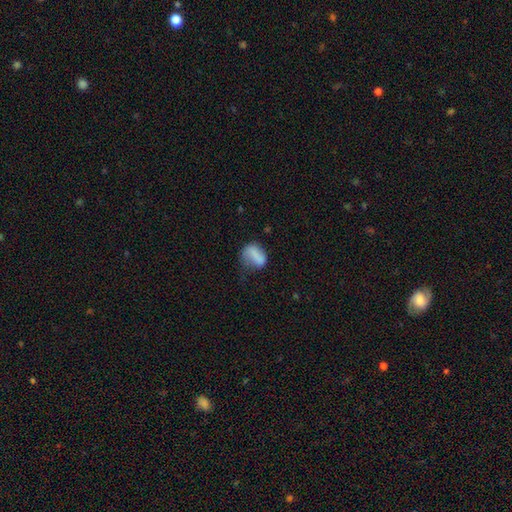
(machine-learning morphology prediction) Smooth or featured? Predicted: smooth (p=0.74). How rounded? Predicted: in between (p=0.72). Merging? Predicted: none (p=0.35).